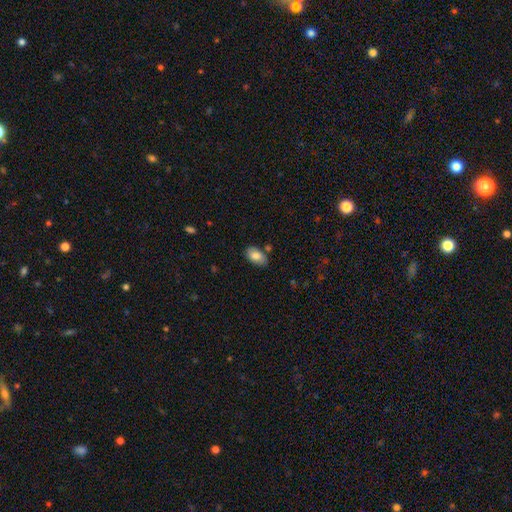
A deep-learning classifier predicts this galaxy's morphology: Smooth or featured: smooth — 78% (featured or disk — 15%)
How rounded: in between — 93% (round — 5%)
Merging: none — 75% (minor disturbance — 17%)